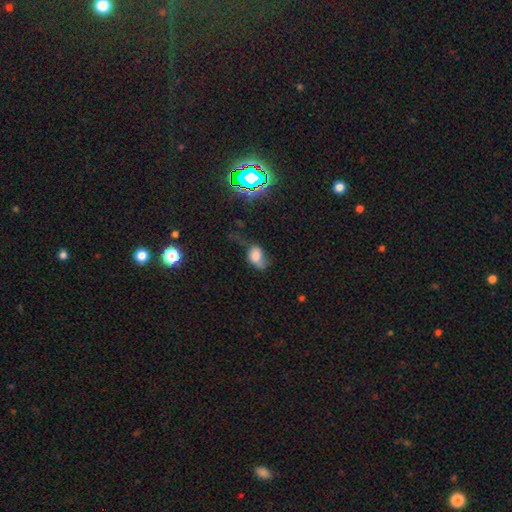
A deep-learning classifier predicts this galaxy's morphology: Q: Smooth or featured?
A: smooth (61%); runner-up: featured or disk (25%)
Q: How rounded?
A: in between (75%); runner-up: round (23%)
Q: Merging?
A: major disturbance (37%); runner-up: minor disturbance (31%)